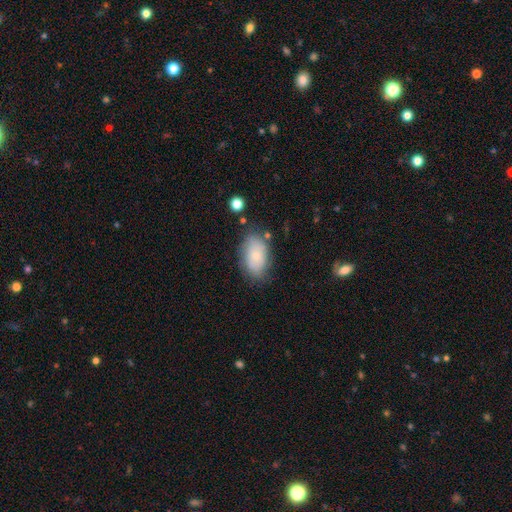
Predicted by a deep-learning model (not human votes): A smooth galaxy with no disk features (73%) that is in between round and cigar-shaped (91%).

Vote fractions:
- Smooth or featured? smooth: 73% / featured or disk: 19% / star or artifact: 8%
- How rounded? in between: 91% / round: 7% / cigar-shaped: 2%
- Merging? none: 68% / minor disturbance: 22% / major disturbance: 6% / merger: 3%